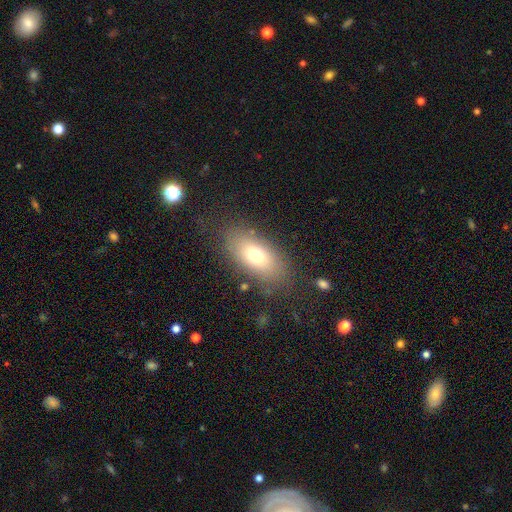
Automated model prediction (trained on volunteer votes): The model was most divided on "smooth or featured": smooth: 71%, featured or disk: 19%, star or artifact: 10%. More confident: how rounded — in between (88%); merging — none (79%).